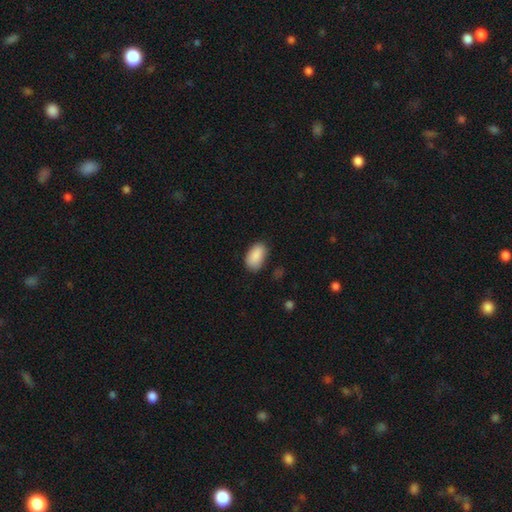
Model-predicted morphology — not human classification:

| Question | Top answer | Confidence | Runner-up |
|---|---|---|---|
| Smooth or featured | smooth | 90% | star or artifact (7%) |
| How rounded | in between | 94% | round (4%) |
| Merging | none | 79% | minor disturbance (17%) |